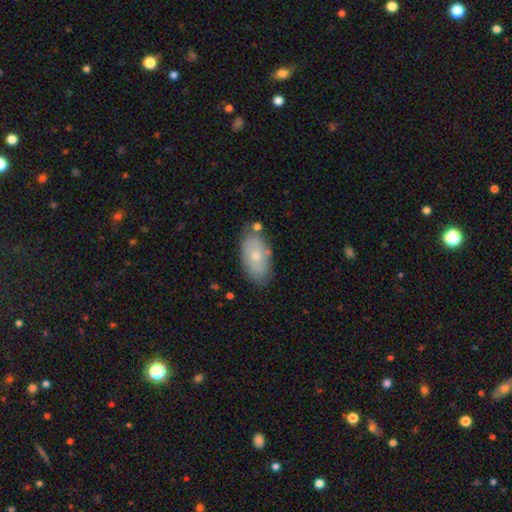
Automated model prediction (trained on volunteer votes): This is likely a smooth galaxy (67%). How rounded: clearly in between (94%). Merging: likely none (75%).